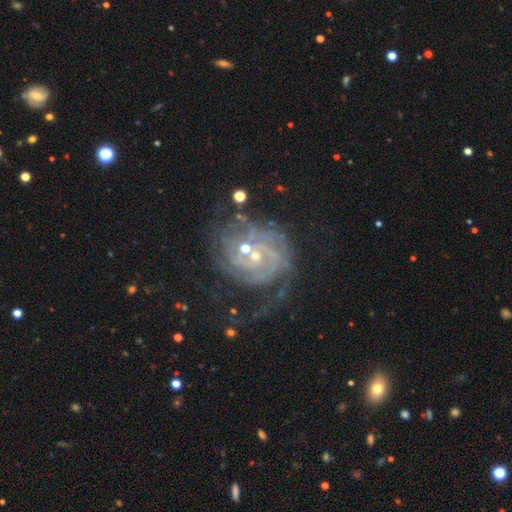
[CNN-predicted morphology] A featured or disk galaxy (86%) with no bar (64%), tight (71%) spiral arms (96%) and a small central bulge (68%). Merging: none (52%).